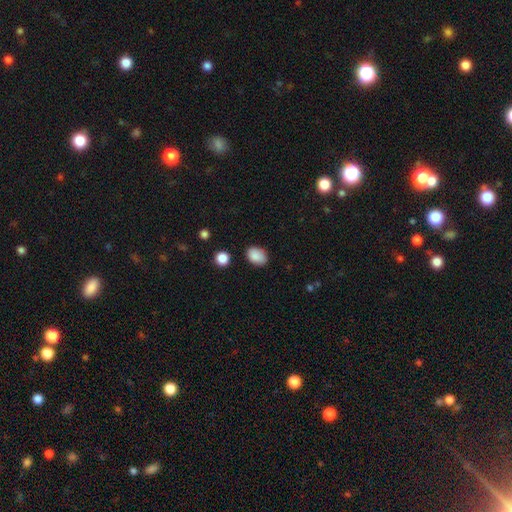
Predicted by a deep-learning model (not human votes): Smooth or featured?
  - smooth: 88% *
  - star or artifact: 8%
  - featured or disk: 4%
How rounded?
  - in between: 79% *
  - round: 20%
  - cigar-shaped: 1%
Merging?
  - none: 83% *
  - minor disturbance: 12%
  - major disturbance: 3%
  - merger: 2%